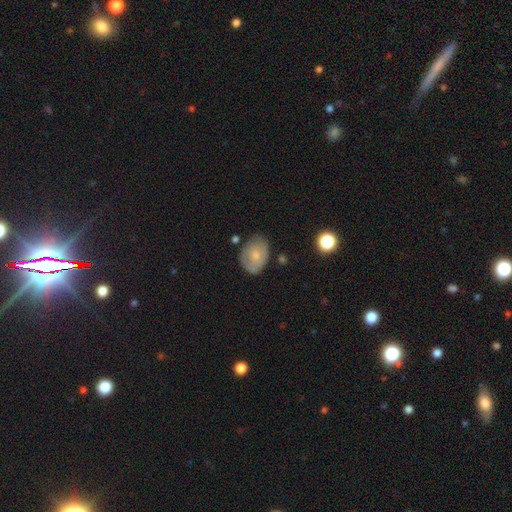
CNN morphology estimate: Smooth or featured? Predicted: smooth (p=0.61). How rounded? Predicted: in between (p=0.70). Merging? Predicted: none (p=0.64).